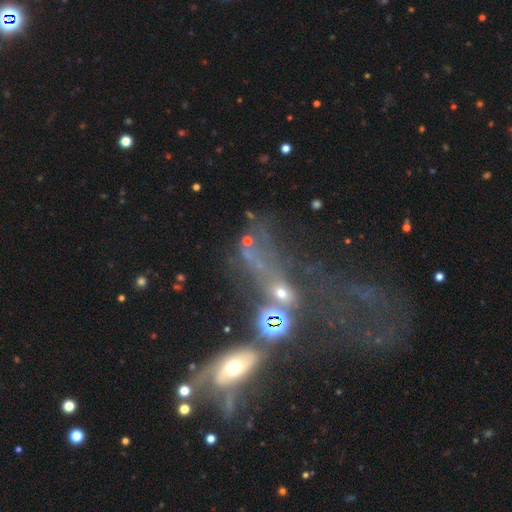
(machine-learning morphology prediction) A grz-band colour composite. It shows a featured or disk galaxy (41%). Merging: merger (38%).